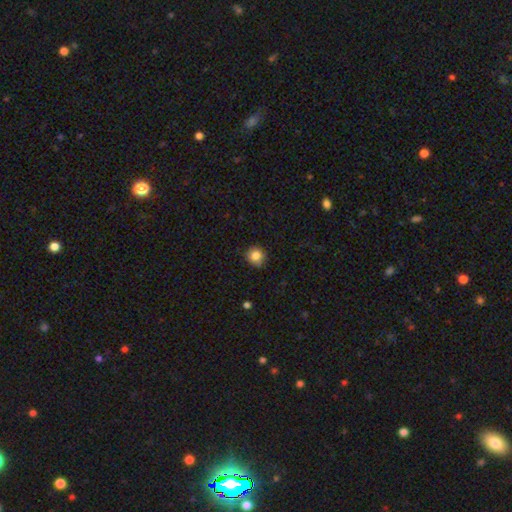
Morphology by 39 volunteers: Smooth or featured?
  - smooth: 90% *
  - featured or disk: 8%
  - star or artifact: 3%
How rounded?
  - round: 97% *
  - in between: 3%
  - cigar-shaped: 0%
Merging?
  - none: 68% *
  - minor disturbance: 29%
  - major disturbance: 3%
  - merger: 0%